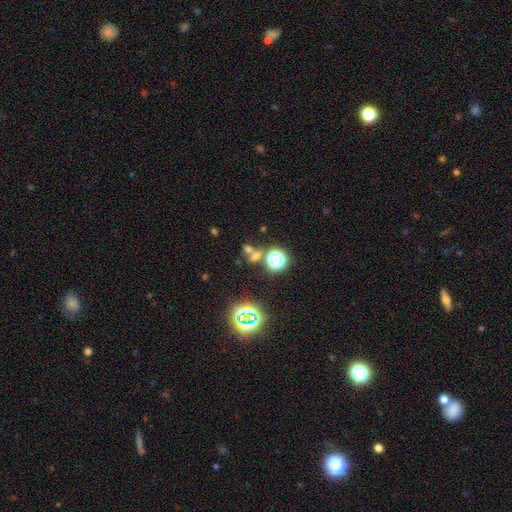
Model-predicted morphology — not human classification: smooth_or_featured: smooth (p=0.47) [alt: star or artifact p=0.41]
merging: none (p=0.50) [alt: merger p=0.36]